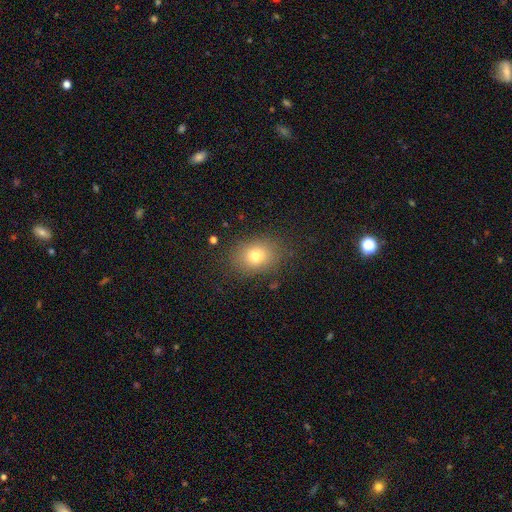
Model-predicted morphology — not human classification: A smooth galaxy with no disk features (77%) that is in between round and cigar-shaped (56%). Merging: none (83%).